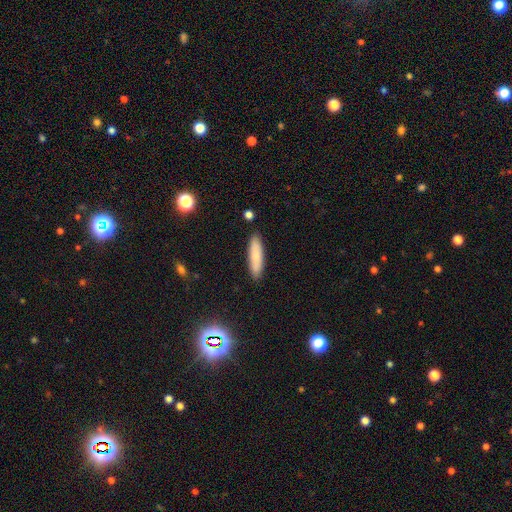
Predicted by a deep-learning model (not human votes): The model was most divided on "how rounded": cigar-shaped: 71%, in between: 27%, round: 2%. More confident: merging — none (89%); smooth or featured — smooth (79%).